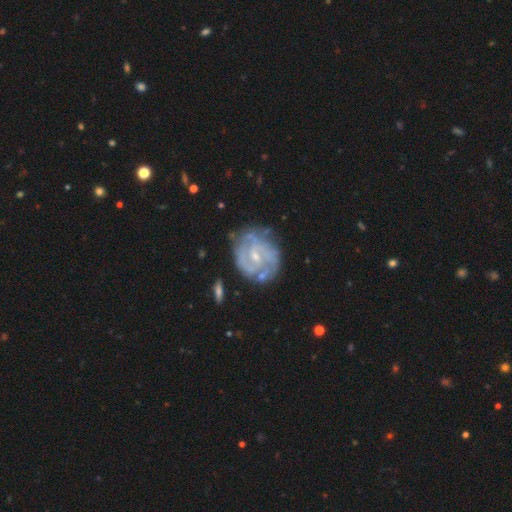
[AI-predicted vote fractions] The model was most divided on "bar": weak: 50%, no: 38%, strong: 12%. Remaining: edge-on disk — no (98%); spiral arms — yes (90%); smooth or featured — featured or disk (84%); bulge size — small (67%); merging — none (66%); spiral winding — tight (55%); spiral arm count — 2 (43%).